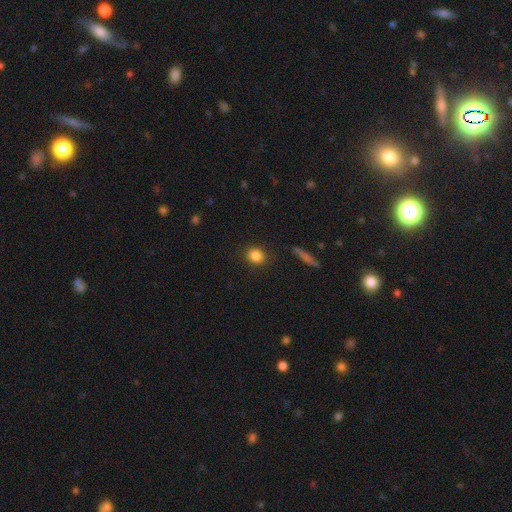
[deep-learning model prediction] Smooth or featured: smooth — 85% (star or artifact — 10%)
How rounded: round — 65% (in between — 33%)
Merging: none — 88% (minor disturbance — 8%)